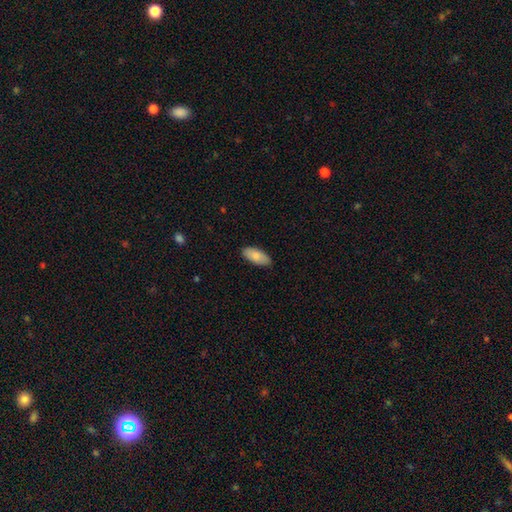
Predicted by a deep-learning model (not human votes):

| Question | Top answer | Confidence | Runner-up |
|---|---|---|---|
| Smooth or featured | smooth | 84% | featured or disk (11%) |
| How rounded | in between | 90% | cigar-shaped (8%) |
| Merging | none | 87% | minor disturbance (10%) |